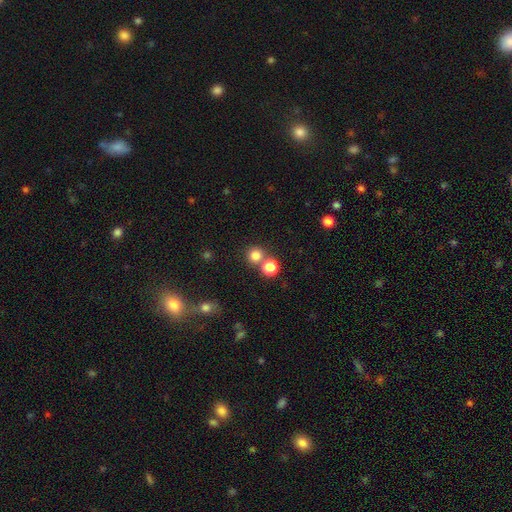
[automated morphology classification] This appears to be a smooth galaxy with no disk features (79%) that is round (92%). Merging: none (67%).